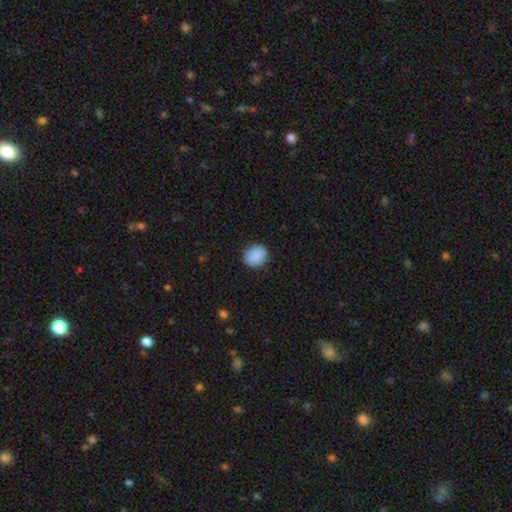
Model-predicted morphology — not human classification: Smooth or featured: smooth — 90% (star or artifact — 7%)
How rounded: round — 81% (in between — 19%)
Merging: none — 90% (minor disturbance — 7%)